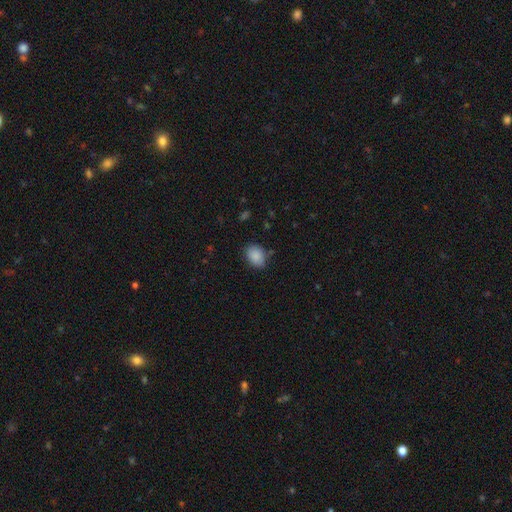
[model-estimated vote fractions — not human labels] Smooth or featured?
  - smooth: 89% *
  - star or artifact: 7%
  - featured or disk: 4%
How rounded?
  - in between: 73% *
  - round: 26%
  - cigar-shaped: 1%
Merging?
  - none: 80% *
  - minor disturbance: 15%
  - major disturbance: 3%
  - merger: 2%